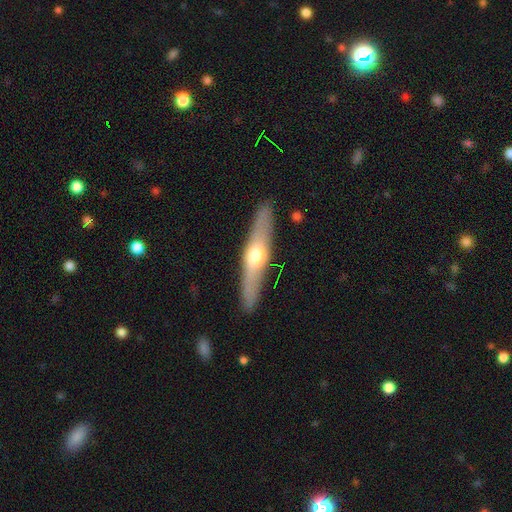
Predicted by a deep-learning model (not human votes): Smooth or featured? featured or disk (58%)
Edge-on disk? yes (87%)
Edge-on bulge? rounded (91%)
Merging? none (89%)